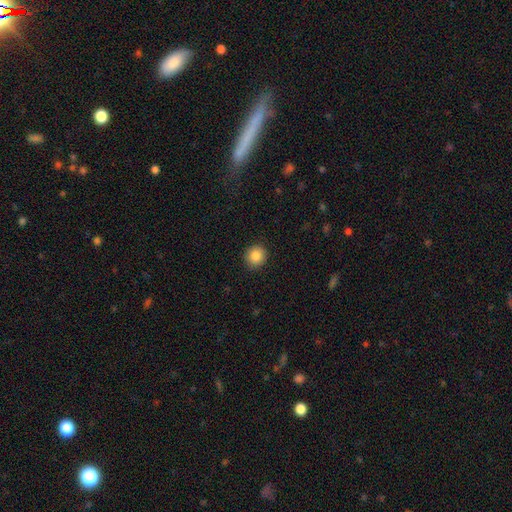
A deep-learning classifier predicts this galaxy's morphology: This appears to be a smooth galaxy with no disk features (85%) that is round (88%). Merging: none (91%).